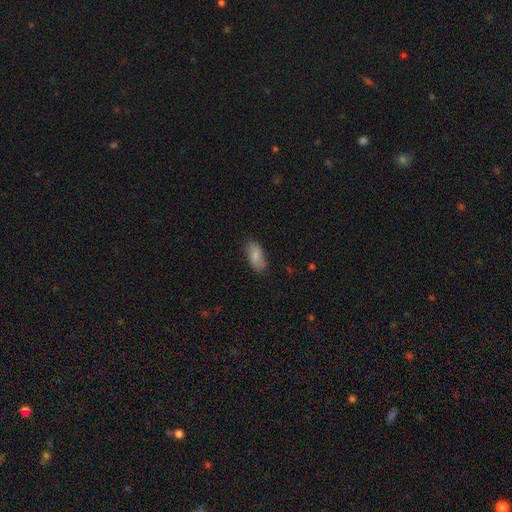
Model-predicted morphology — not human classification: The model was most divided on "merging": none: 79%, minor disturbance: 16%, major disturbance: 3%, merger: 1%. More confident: how rounded — in between (91%); smooth or featured — smooth (84%).